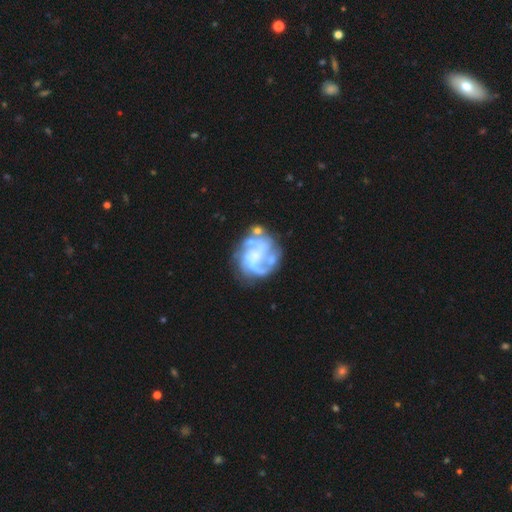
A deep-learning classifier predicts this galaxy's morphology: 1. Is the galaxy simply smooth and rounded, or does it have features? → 82% featured or disk, 11% smooth, 7% star or artifact.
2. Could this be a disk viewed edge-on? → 98% no, 2% yes.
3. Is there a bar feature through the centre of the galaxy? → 53% no, 34% weak, 13% strong.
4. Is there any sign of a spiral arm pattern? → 89% yes, 11% no.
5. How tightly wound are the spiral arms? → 44% medium, 32% loose, 24% tight.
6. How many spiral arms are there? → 45% 2, 23% 3, 17% can't tell, 6% 1, 5% 4, 4% more than 4.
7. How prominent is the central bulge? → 54% none, 25% small, 15% moderate, 5% large, 2% dominant.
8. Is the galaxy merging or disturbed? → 53% none, 19% major disturbance, 19% minor disturbance, 8% merger.